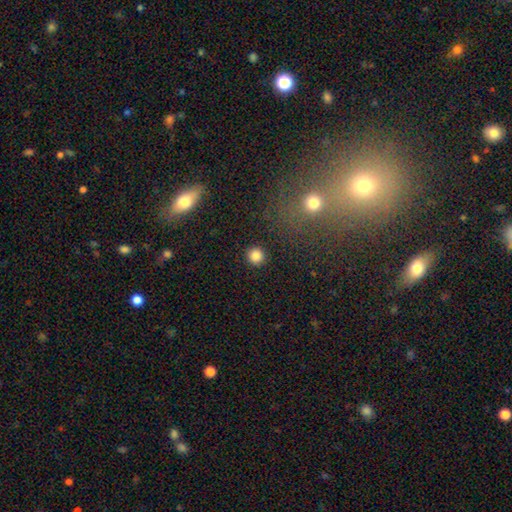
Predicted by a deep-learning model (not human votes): Smooth or featured?
  - smooth: 84% *
  - star or artifact: 11%
  - featured or disk: 4%
How rounded?
  - round: 94% *
  - in between: 5%
  - cigar-shaped: 1%
Merging?
  - none: 92% *
  - minor disturbance: 5%
  - major disturbance: 2%
  - merger: 1%